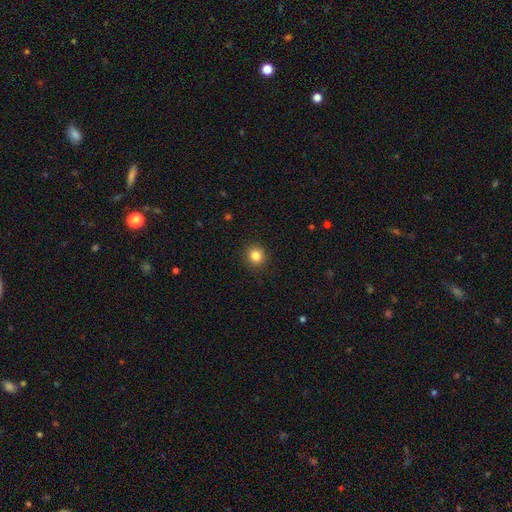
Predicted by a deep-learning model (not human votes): smooth-or-featured: smooth: 84% | star or artifact: 11% | featured or disk: 5%
  how-rounded: round: 91% | in between: 8% | cigar-shaped: 1%
  merging: none: 91% | minor disturbance: 6% | major disturbance: 2% | merger: 1%